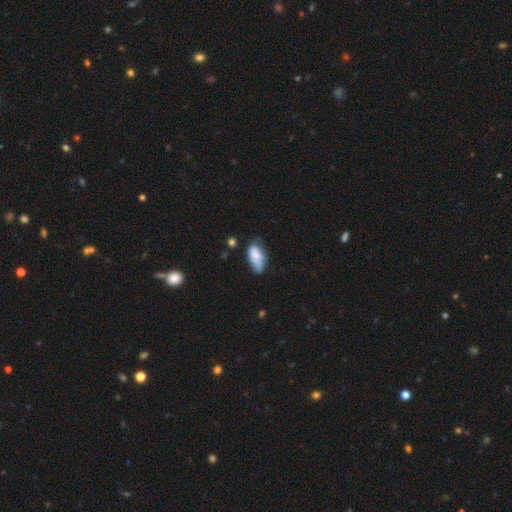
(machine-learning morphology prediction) This is likely a smooth galaxy (75%). How rounded: clearly in between (91%). Merging: marginally none (40%).